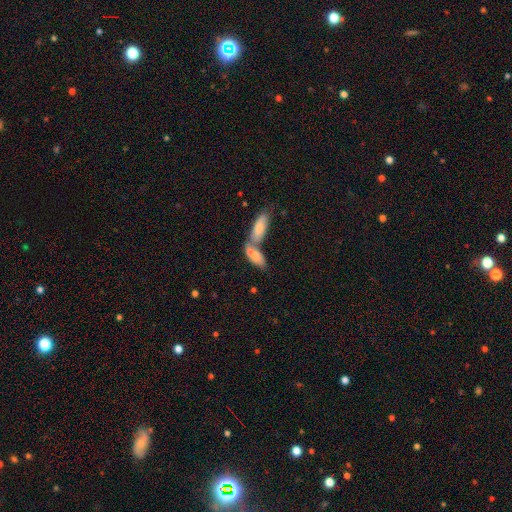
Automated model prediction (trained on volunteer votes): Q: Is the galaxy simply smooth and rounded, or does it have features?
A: smooth — 72%.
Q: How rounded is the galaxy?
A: in between — 72%.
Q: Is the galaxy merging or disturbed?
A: merger — 60%.